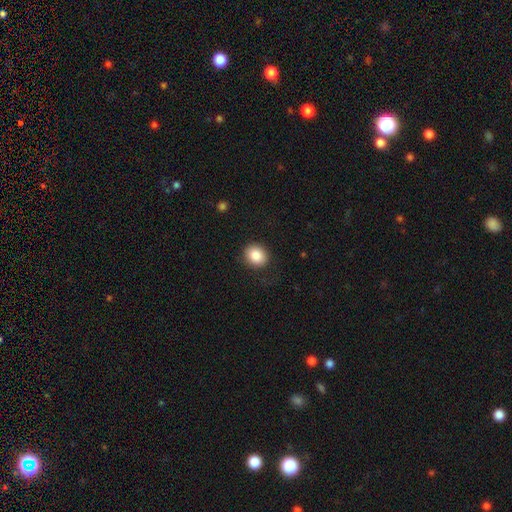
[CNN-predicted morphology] Overall: smooth (86%). How rounded: round (61%; in between 38%). Merging: none (84%).